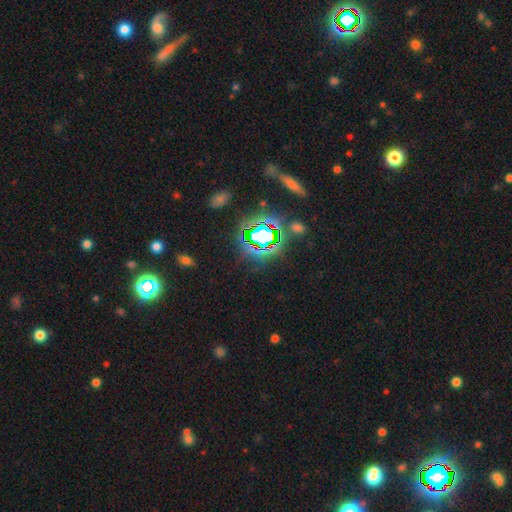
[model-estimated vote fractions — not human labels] A star or artifact, not a galaxy (78%).